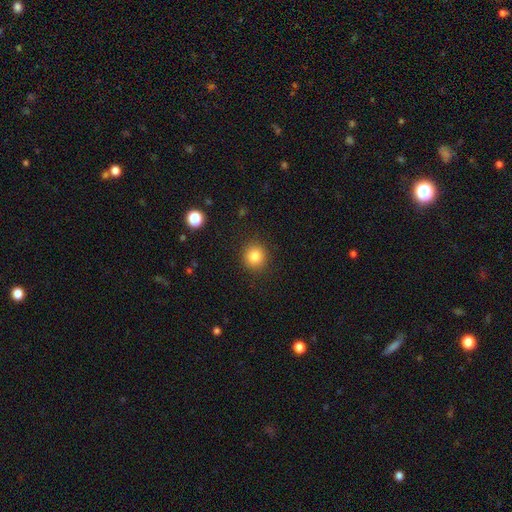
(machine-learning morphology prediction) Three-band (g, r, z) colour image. It shows a smooth galaxy with no disk features (84%) that is round (91%). Merging: none (90%).